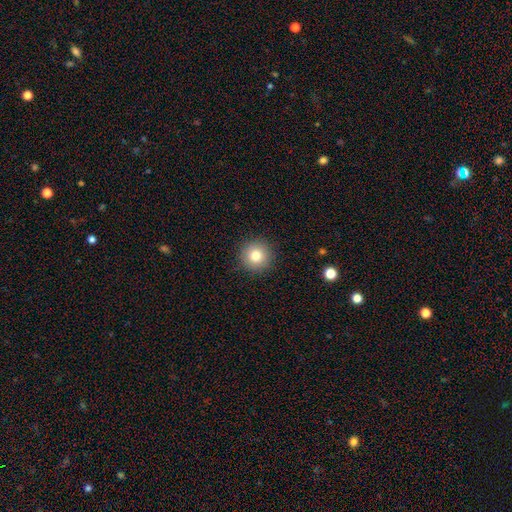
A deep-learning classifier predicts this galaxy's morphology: This appears to be a smooth galaxy with no disk features (80%) that is round (95%). Merging: none (91%).